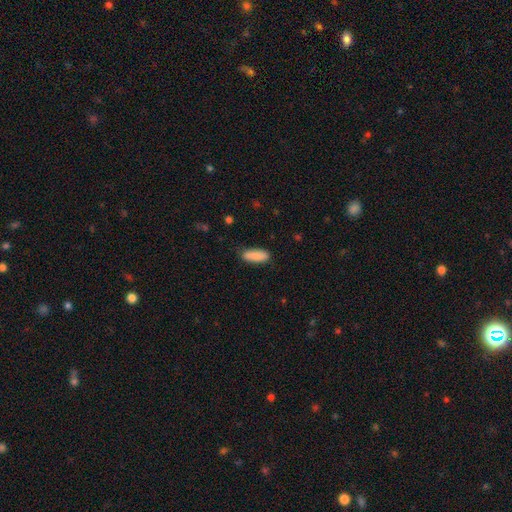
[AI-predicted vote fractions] Smooth or featured? Predicted: smooth (p=0.85). How rounded? Predicted: in between (p=0.69). Merging? Predicted: none (p=0.77).